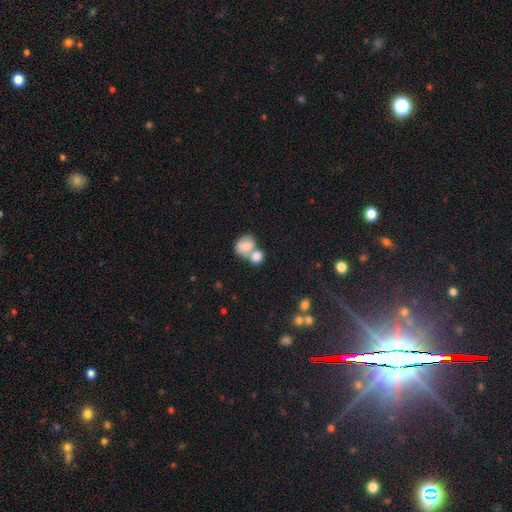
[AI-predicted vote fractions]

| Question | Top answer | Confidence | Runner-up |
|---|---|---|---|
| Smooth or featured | smooth | 78% | featured or disk (13%) |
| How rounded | round | 52% | in between (47%) |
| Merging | merger | 63% | none (25%) |